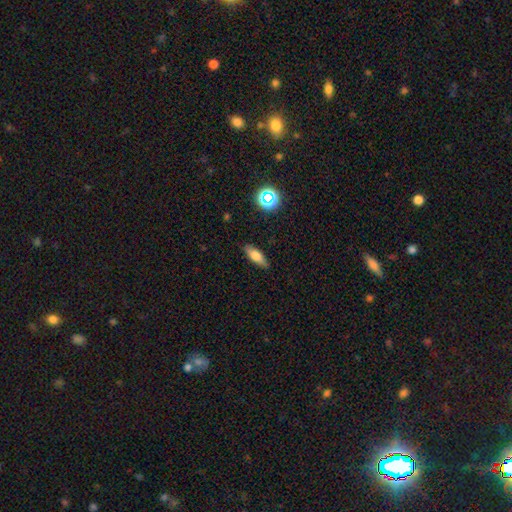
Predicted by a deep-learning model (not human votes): Smooth or featured?
  - smooth: 67% *
  - featured or disk: 23%
  - star or artifact: 9%
How rounded?
  - in between: 63% *
  - cigar-shaped: 33%
  - round: 4%
Merging?
  - none: 86% *
  - minor disturbance: 11%
  - major disturbance: 2%
  - merger: 1%